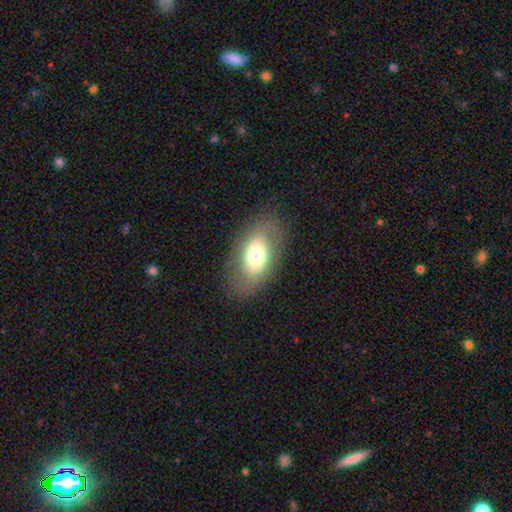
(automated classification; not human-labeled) The model was most divided on "smooth or featured": smooth: 60%, featured or disk: 31%, star or artifact: 9%. More confident: how rounded — in between (88%); merging — none (80%).